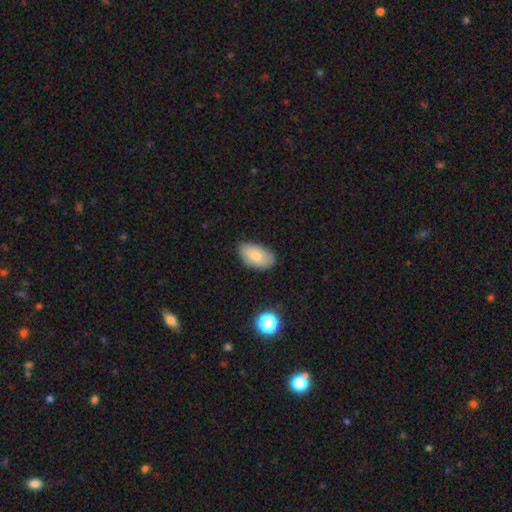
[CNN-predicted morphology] Smooth or featured: smooth — 76% (featured or disk — 15%)
How rounded: in between — 93% (round — 5%)
Merging: none — 79% (minor disturbance — 16%)